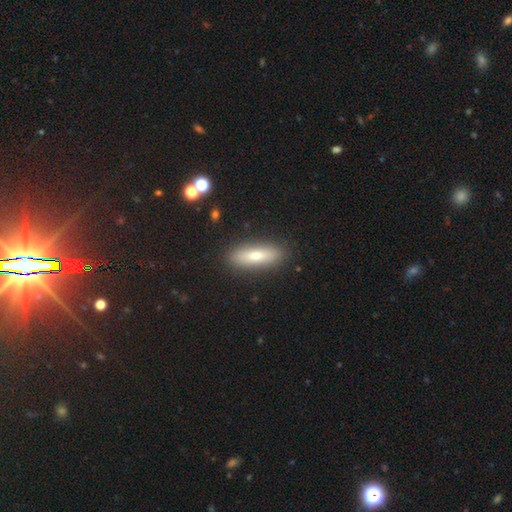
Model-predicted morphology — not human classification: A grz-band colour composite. It shows a smooth galaxy with no disk features (70%) that is cigar-shaped (50%). Merging: none (88%).